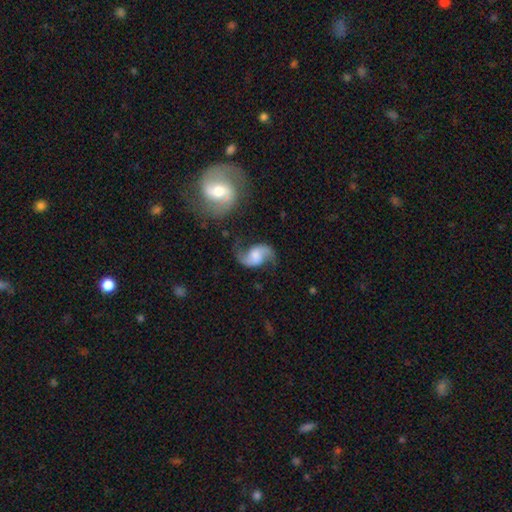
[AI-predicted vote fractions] Smooth or featured: featured or disk — 82% (smooth — 11%)
Edge-on disk: no — 98% (yes — 2%)
Bar: no — 53% (weak — 36%)
Spiral arms: yes — 96% (no — 4%)
Spiral winding: loose — 69% (medium — 25%)
Spiral arm count: 2 — 93% (1 — 3%)
Bulge size: moderate — 29% (none — 25%)
Merging: none — 66% (minor disturbance — 18%)